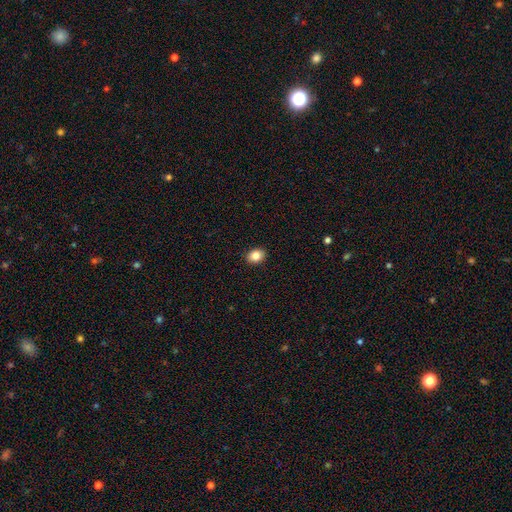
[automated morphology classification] Smooth or featured? smooth (84%)
How rounded? in between (59%)
Merging? none (91%)